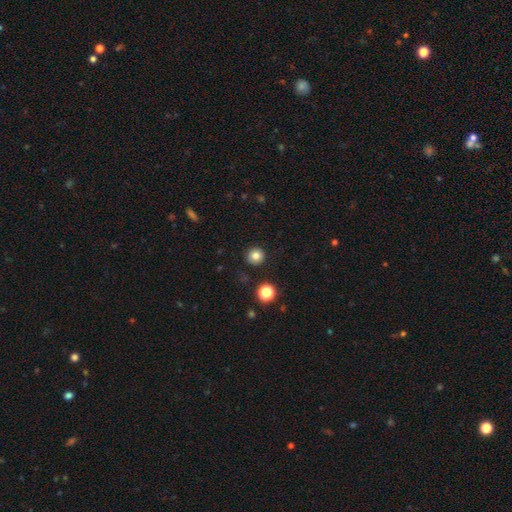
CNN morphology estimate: Overall: smooth (82%). How rounded: round (93%). Merging: none (91%).